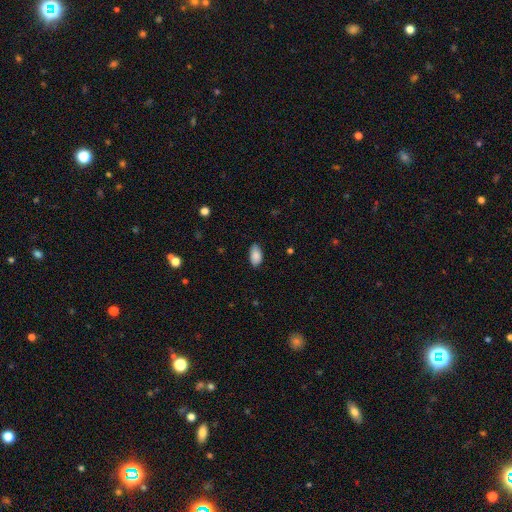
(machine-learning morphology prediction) A smooth galaxy with no disk features (89%) that is in between round and cigar-shaped (94%). Merging: none (82%).